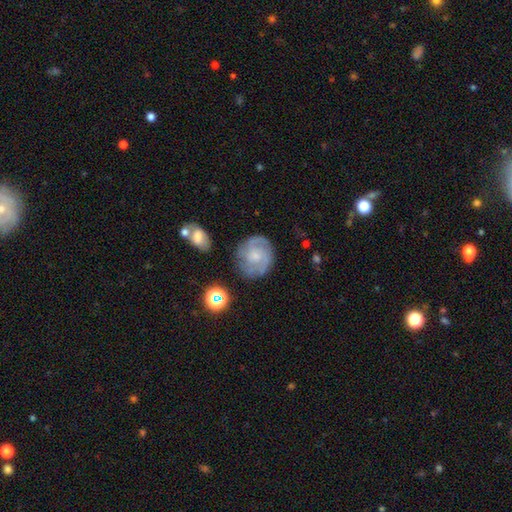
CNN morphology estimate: This appears to be a featured or disk galaxy (70%) with no bar (66%), 2 (36%) tight (50%) spiral arms (92%) and a small central bulge (56%). Merging: none (74%).